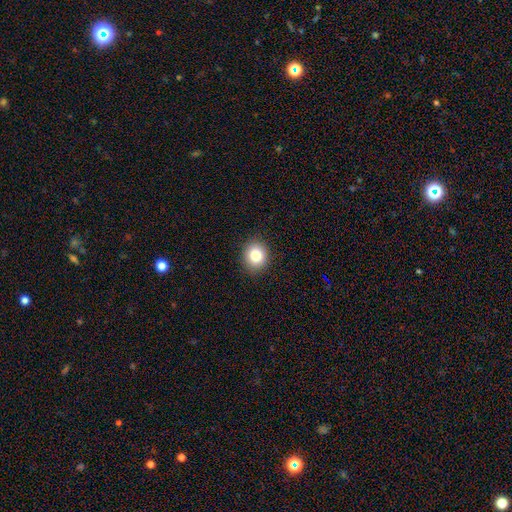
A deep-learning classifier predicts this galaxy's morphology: Smooth or featured? Predicted: smooth (p=0.83). How rounded? Predicted: round (p=0.67). Merging? Predicted: none (p=0.89).